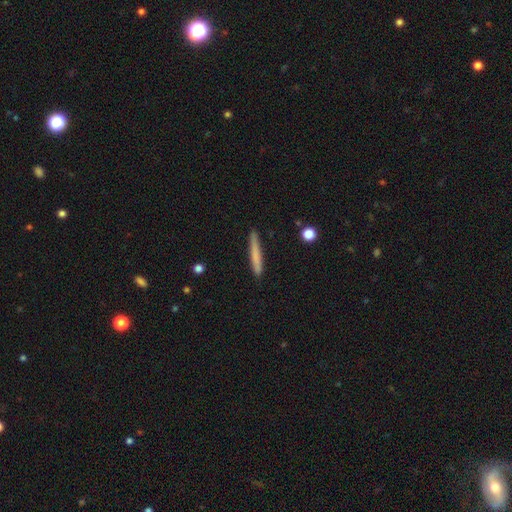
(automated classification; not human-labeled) Q: Smooth or featured?
A: smooth (71%); runner-up: featured or disk (23%)
Q: How rounded?
A: cigar-shaped (96%); runner-up: in between (3%)
Q: Merging?
A: none (88%); runner-up: minor disturbance (9%)